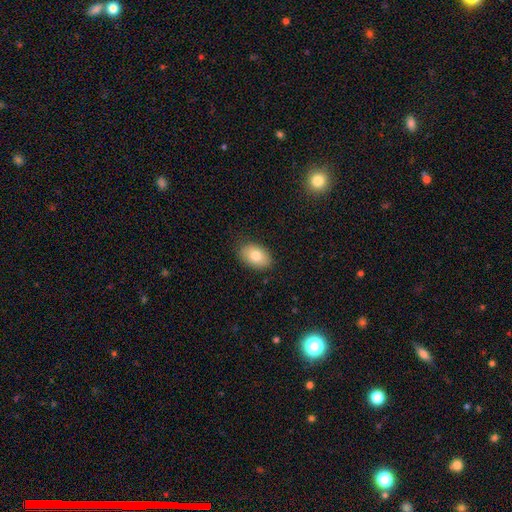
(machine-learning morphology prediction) Smooth or featured?
  - smooth: 80% *
  - featured or disk: 13%
  - star or artifact: 7%
How rounded?
  - in between: 87% *
  - round: 12%
  - cigar-shaped: 1%
Merging?
  - none: 84% *
  - minor disturbance: 12%
  - major disturbance: 3%
  - merger: 1%